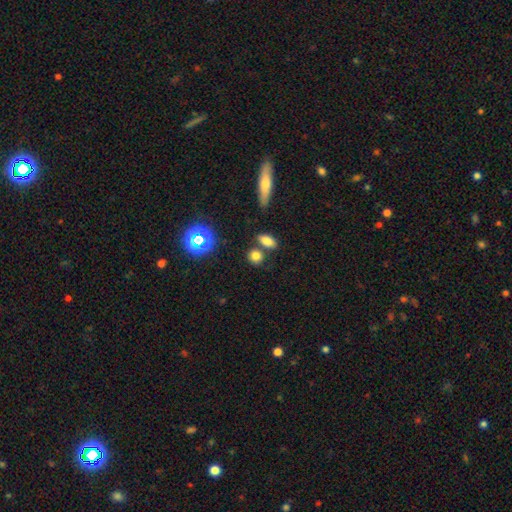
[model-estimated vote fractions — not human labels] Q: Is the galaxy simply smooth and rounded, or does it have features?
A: smooth — 76%.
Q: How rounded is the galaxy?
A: round — 58%.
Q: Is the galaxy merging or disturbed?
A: none — 66%.